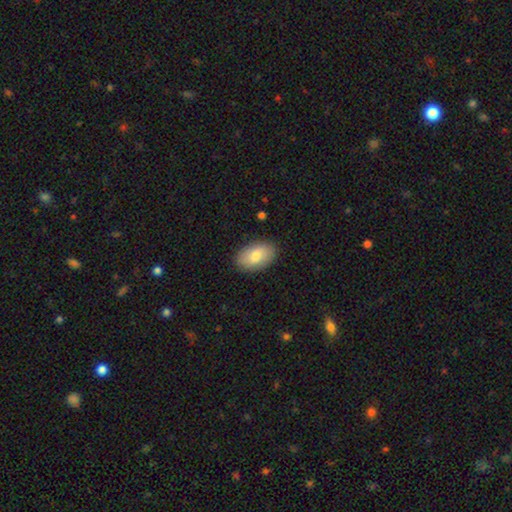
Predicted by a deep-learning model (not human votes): smooth-or-featured: smooth: 78% | featured or disk: 16% | star or artifact: 6%
  how-rounded: in between: 92% | round: 6% | cigar-shaped: 1%
  merging: none: 88% | minor disturbance: 9% | major disturbance: 2% | merger: 1%